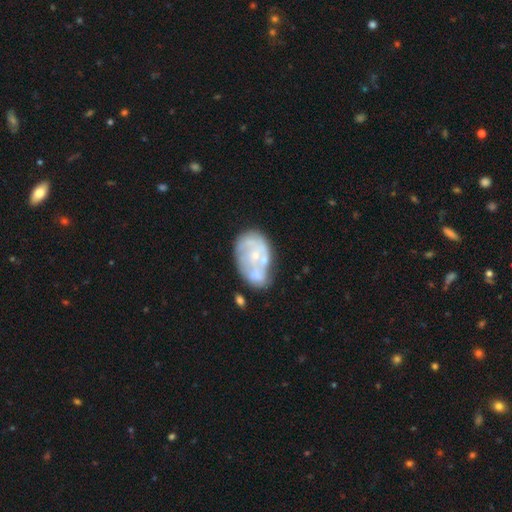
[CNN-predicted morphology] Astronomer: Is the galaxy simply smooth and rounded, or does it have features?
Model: featured or disk — 63%.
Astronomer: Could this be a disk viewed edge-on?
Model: no — 97%.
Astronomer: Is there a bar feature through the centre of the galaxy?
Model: no — 86%.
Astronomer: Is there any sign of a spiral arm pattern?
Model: no — 68%.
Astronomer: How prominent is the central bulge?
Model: small — 59%.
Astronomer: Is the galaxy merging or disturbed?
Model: merger — 32% (runner-up: none, 31%).